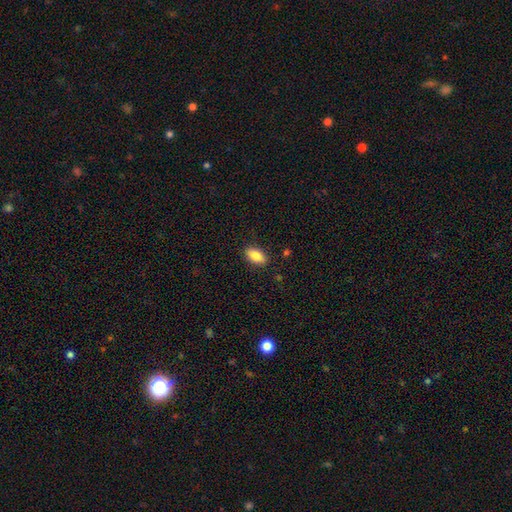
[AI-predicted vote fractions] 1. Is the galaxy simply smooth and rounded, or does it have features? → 84% smooth, 9% featured or disk, 7% star or artifact.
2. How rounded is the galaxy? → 90% in between, 5% cigar-shaped, 4% round.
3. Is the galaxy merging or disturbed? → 88% none, 9% minor disturbance, 2% major disturbance, 1% merger.